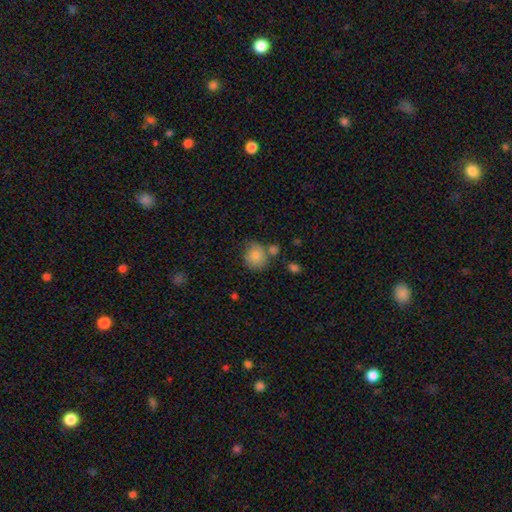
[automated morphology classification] This appears to be a smooth galaxy with no disk features (83%) that is round (72%). Merging: none (55%).